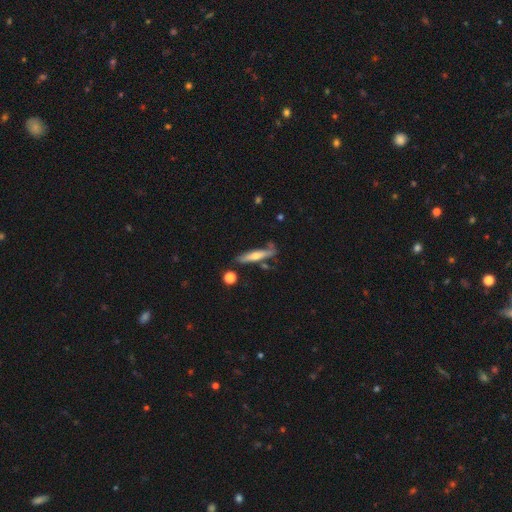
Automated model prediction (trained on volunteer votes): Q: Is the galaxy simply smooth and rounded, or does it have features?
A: featured or disk — 50%.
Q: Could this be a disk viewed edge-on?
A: yes — 86%.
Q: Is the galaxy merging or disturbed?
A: none — 62%.